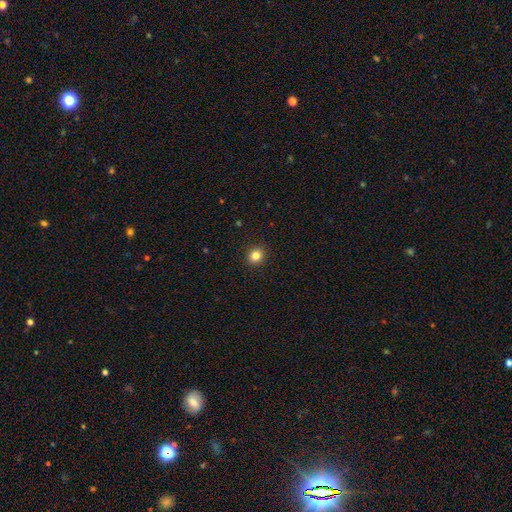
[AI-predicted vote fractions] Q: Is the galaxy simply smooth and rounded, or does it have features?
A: smooth — 83%.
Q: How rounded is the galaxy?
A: round — 83%.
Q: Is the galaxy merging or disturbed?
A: none — 93%.